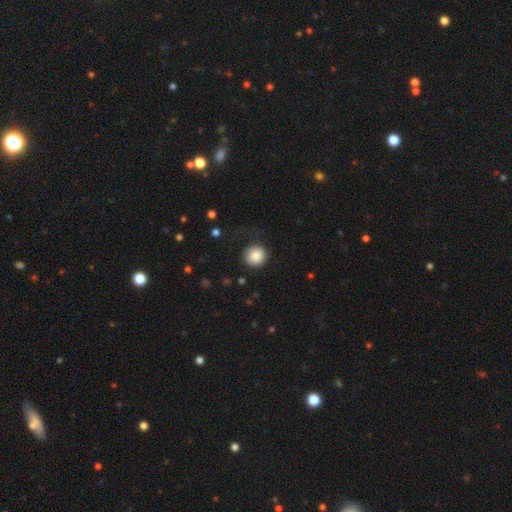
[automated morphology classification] Q: Smooth or featured?
A: smooth (84%); runner-up: featured or disk (9%)
Q: How rounded?
A: round (90%); runner-up: in between (9%)
Q: Merging?
A: none (70%); runner-up: minor disturbance (18%)